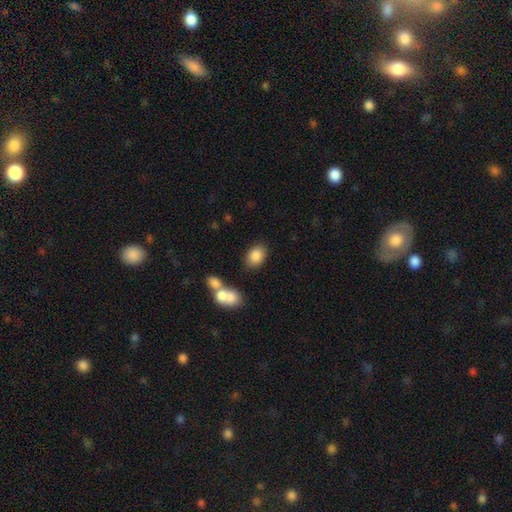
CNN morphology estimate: This is clearly a smooth galaxy (85%). How rounded: likely in between (76%). Merging: likely none (76%).